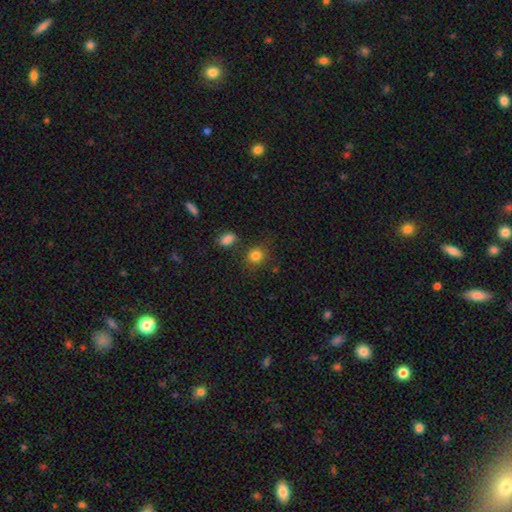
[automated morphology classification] type=smooth (82%); roundness=round (78%); merging=none (76%).